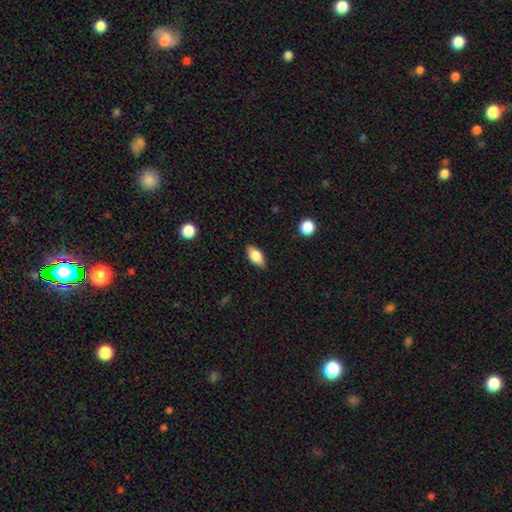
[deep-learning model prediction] Overall: smooth (74%). How rounded: in between (87%). Merging: none (85%).